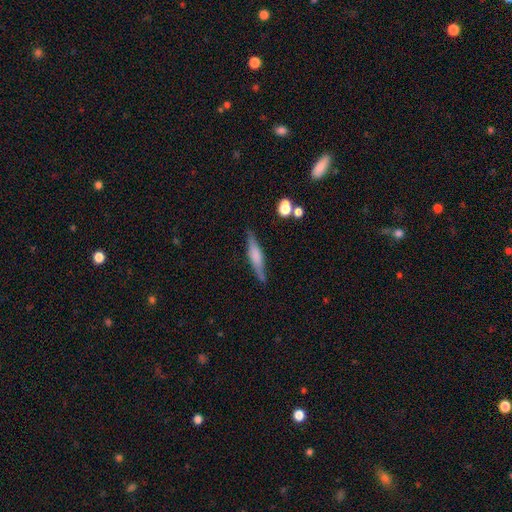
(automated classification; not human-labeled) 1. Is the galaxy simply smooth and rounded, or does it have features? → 52% featured or disk, 42% smooth, 7% star or artifact.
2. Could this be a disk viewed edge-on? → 94% yes, 6% no.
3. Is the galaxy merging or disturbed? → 82% none, 12% minor disturbance, 3% major disturbance, 3% merger.